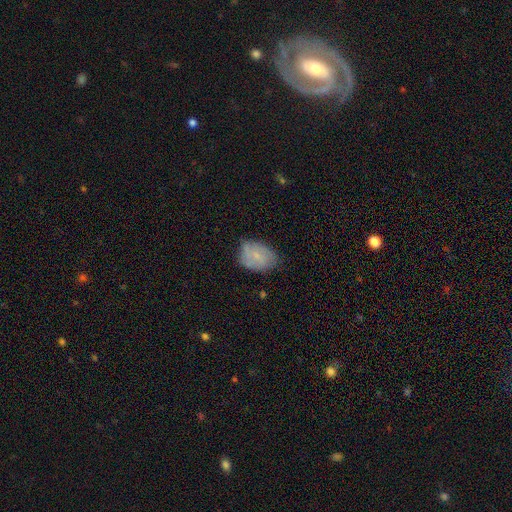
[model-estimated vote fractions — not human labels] Smooth or featured: smooth — 59% (featured or disk — 33%)
How rounded: in between — 75% (round — 24%)
Merging: none — 60% (minor disturbance — 30%)